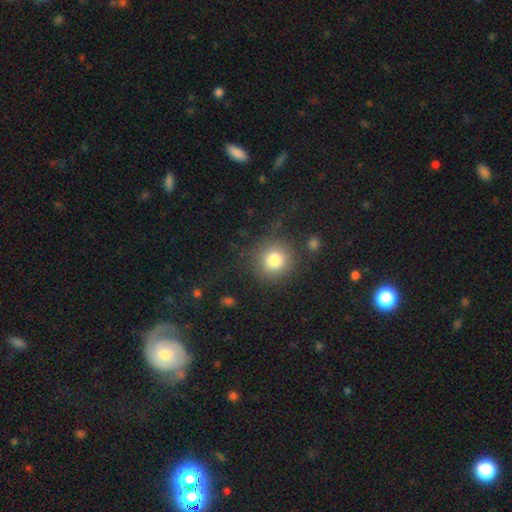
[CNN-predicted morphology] type=smooth (58%); roundness=round (94%); merging=none (83%).